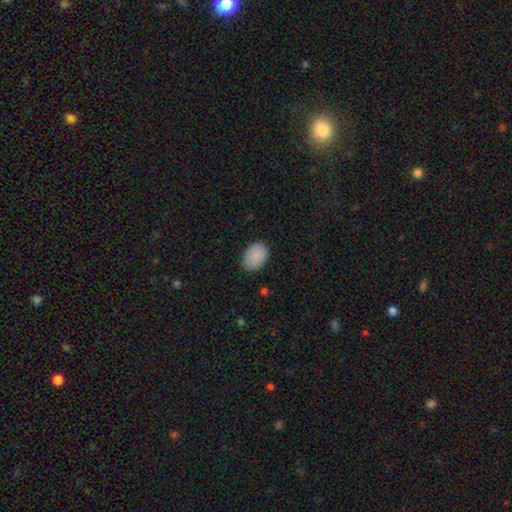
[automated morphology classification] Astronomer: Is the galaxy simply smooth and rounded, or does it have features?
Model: smooth — 88%.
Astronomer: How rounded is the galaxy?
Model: in between — 81%.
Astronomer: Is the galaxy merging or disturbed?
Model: none — 85%.